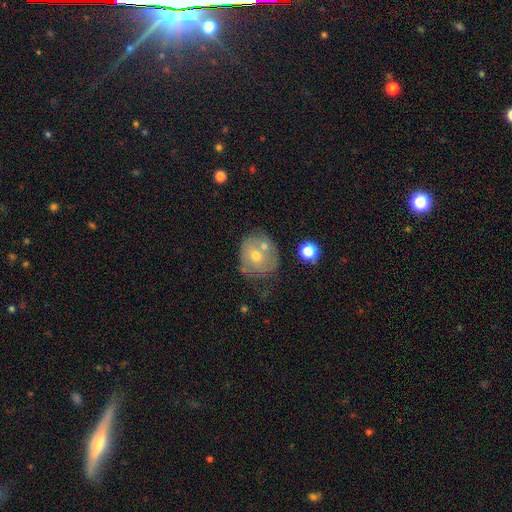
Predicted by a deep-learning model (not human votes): Morphology: type=featured or disk (47%); merging=none (50%).